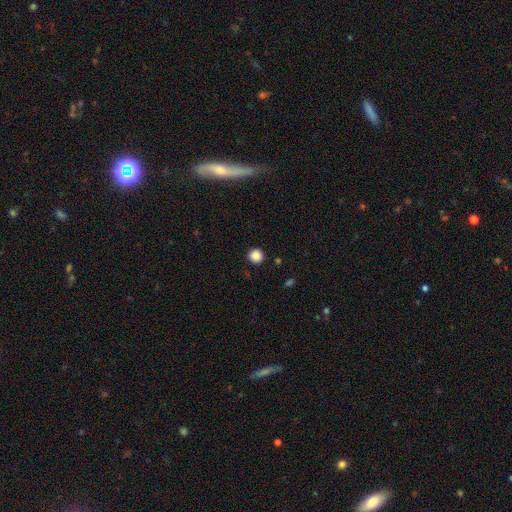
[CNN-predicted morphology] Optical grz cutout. It shows a smooth galaxy with no disk features (87%) that is round (95%). Merging: none (92%).